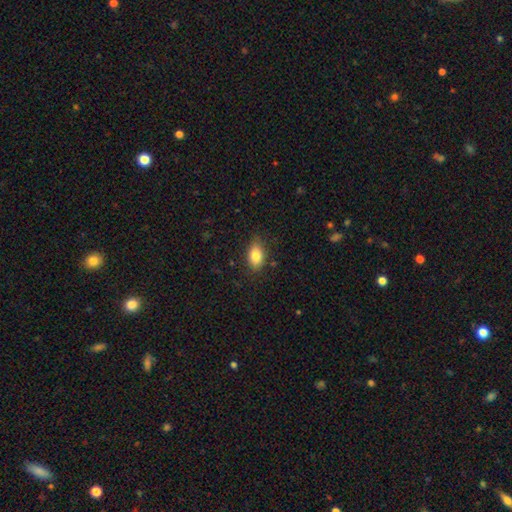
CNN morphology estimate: Smooth or featured? Predicted: smooth (p=0.82). How rounded? Predicted: in between (p=0.88). Merging? Predicted: none (p=0.81).